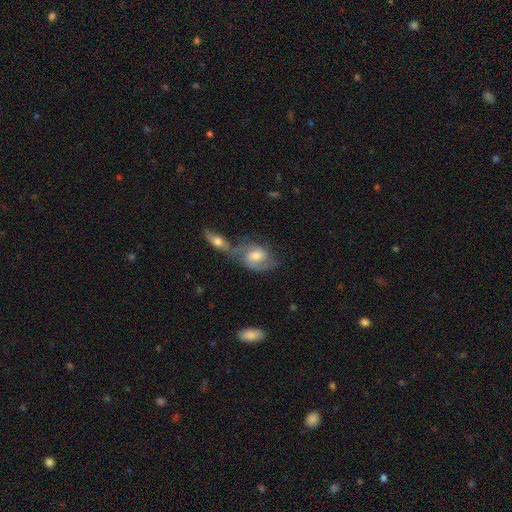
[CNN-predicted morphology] A featured or disk galaxy (69%) with no bar (47%), 2 (77%) medium (49%) spiral arms (90%) and a moderate central bulge (61%). Merging: merger (42%).